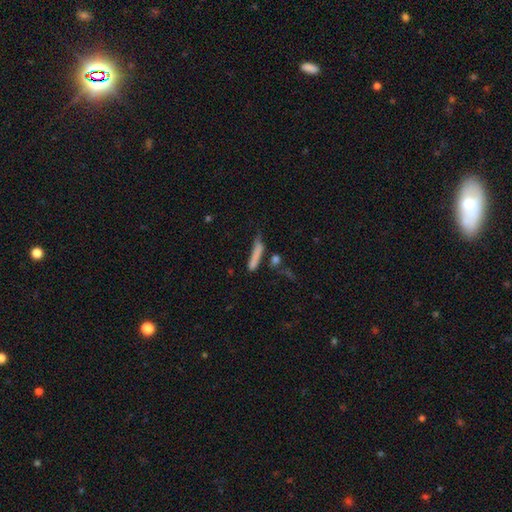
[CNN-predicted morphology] Smooth or featured? smooth (73%)
How rounded? cigar-shaped (87%)
Merging? none (51%)